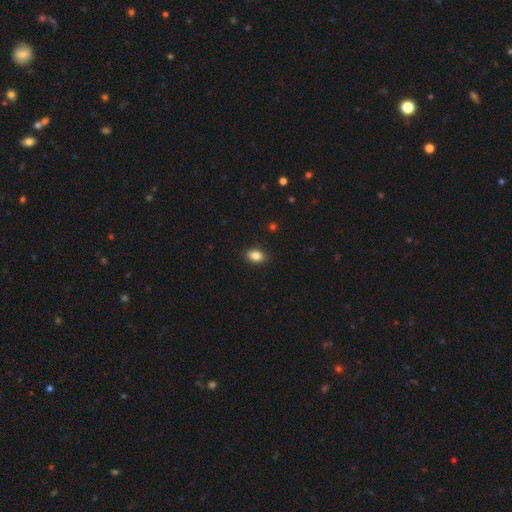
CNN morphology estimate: This appears to be a smooth galaxy with no disk features (86%) that is in between round and cigar-shaped (84%). Merging: none (89%).